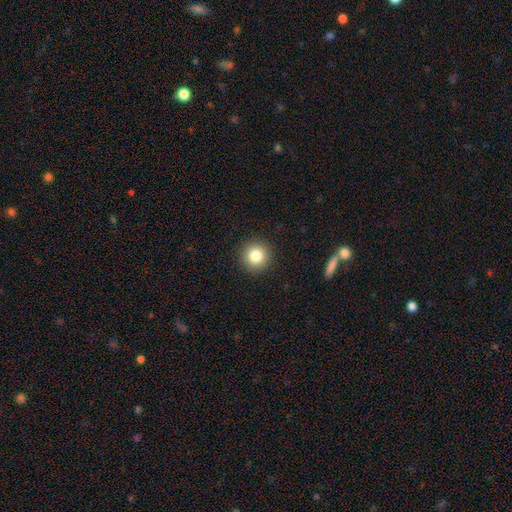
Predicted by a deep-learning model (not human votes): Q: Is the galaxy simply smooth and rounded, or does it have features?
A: smooth — 83%.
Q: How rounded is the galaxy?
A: round — 94%.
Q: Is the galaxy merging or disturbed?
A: none — 92%.